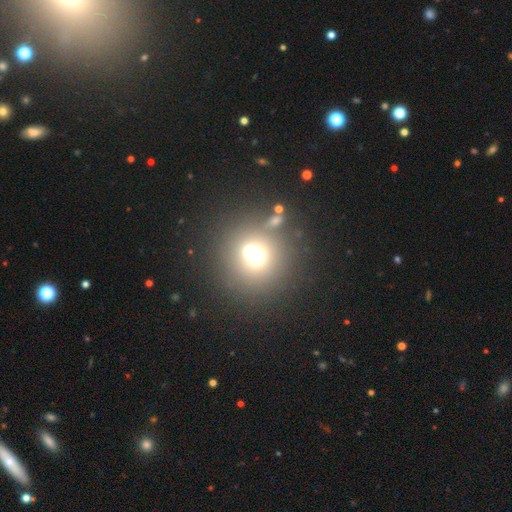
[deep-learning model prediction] Overall: smooth (63%). How rounded: round (91%). Merging: none (56%; merger 32%).